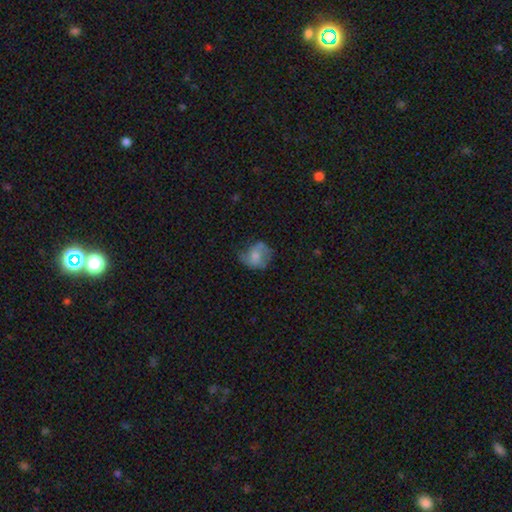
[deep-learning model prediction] Overall: smooth (51%; featured or disk 39%). How rounded: round (59%; in between 40%). Merging: none (48%; minor disturbance 29%).